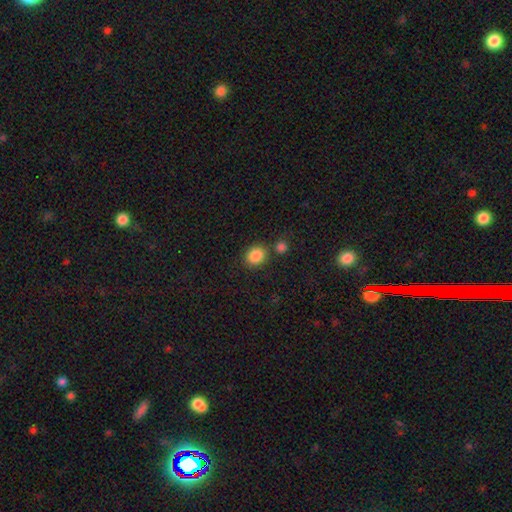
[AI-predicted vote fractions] A smooth galaxy with no disk features (87%) that is round (58%).

Vote fractions:
- Smooth or featured? smooth: 87% / star or artifact: 10% / featured or disk: 4%
- How rounded? round: 58% / in between: 41% / cigar-shaped: 1%
- Merging? none: 71% / merger: 14% / minor disturbance: 11% / major disturbance: 4%